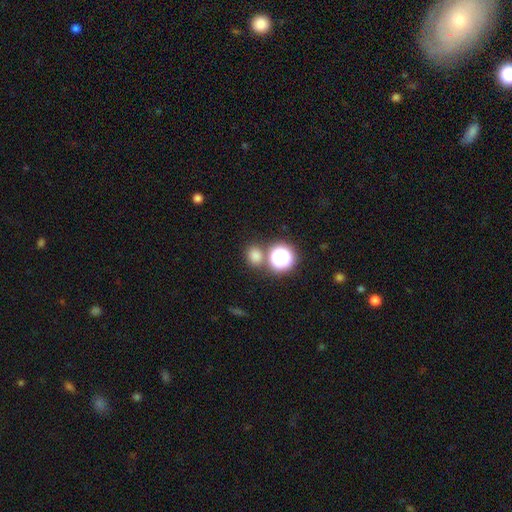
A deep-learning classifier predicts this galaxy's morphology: The model was most divided on "how rounded": round: 74%, in between: 24%, cigar-shaped: 1%. More confident: smooth or featured — smooth (74%); merging — none (72%).